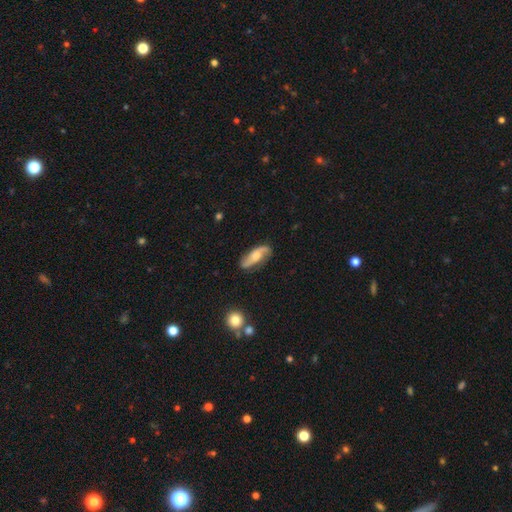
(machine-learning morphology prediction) Q: Smooth or featured?
A: featured or disk (70%); runner-up: smooth (24%)
Q: Edge-on disk?
A: no (89%); runner-up: yes (11%)
Q: Bar?
A: no (55%); runner-up: weak (35%)
Q: Spiral arms?
A: yes (94%); runner-up: no (6%)
Q: Spiral winding?
A: loose (56%); runner-up: medium (32%)
Q: Spiral arm count?
A: 2 (89%); runner-up: can't tell (5%)
Q: Bulge size?
A: moderate (49%); runner-up: small (26%)
Q: Merging?
A: none (76%); runner-up: minor disturbance (17%)